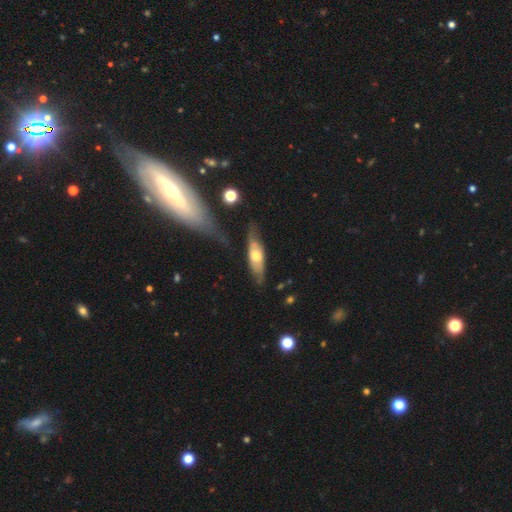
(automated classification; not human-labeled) Smooth or featured: featured or disk — 50% (smooth — 44%)
Merging: none — 58% (minor disturbance — 25%)